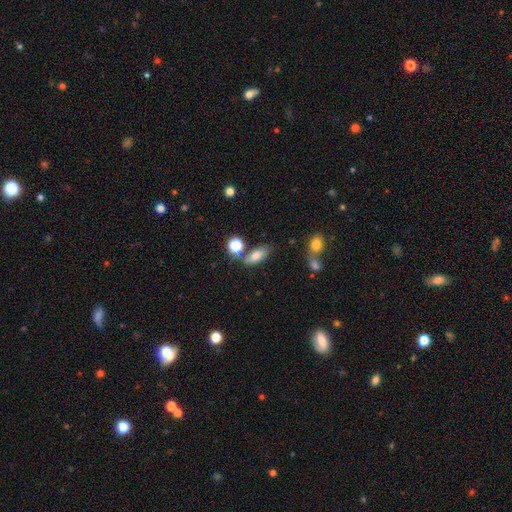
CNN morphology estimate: This is likely a smooth galaxy (76%). How rounded: likely in between (79%). Merging: likely none (62%).